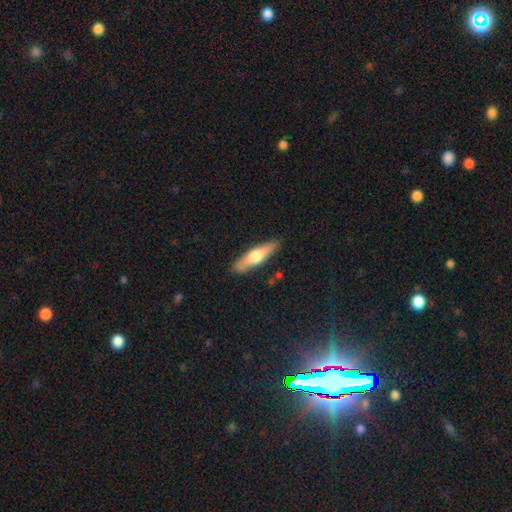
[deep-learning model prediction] smooth 56%, featured or disk 39%, star or artifact 5%. Down the decision tree: how rounded — cigar-shaped (70%); merging — none (87%).